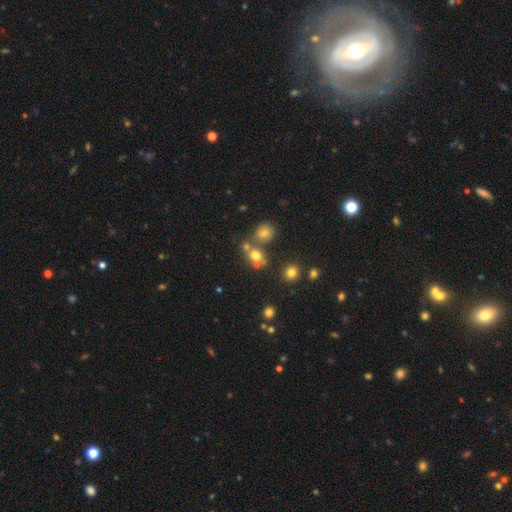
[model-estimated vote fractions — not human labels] Q: Smooth or featured?
A: smooth (68%); runner-up: star or artifact (18%)
Q: How rounded?
A: round (56%); runner-up: in between (42%)
Q: Merging?
A: none (49%); runner-up: merger (35%)